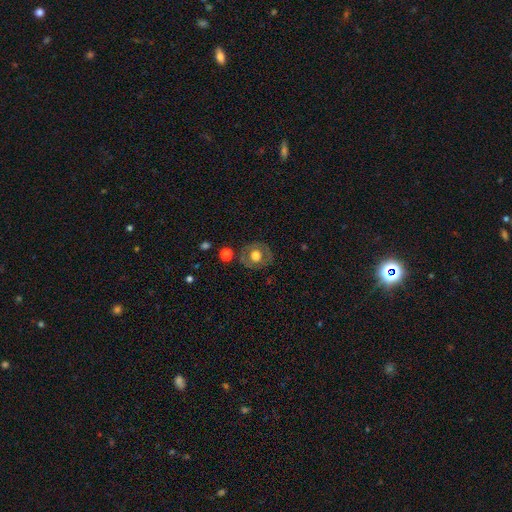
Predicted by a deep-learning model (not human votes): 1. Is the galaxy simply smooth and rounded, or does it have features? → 51% smooth, 41% featured or disk, 8% star or artifact.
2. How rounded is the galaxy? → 79% round, 20% in between, 1% cigar-shaped.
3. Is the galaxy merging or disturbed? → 80% none, 12% minor disturbance, 5% major disturbance, 3% merger.